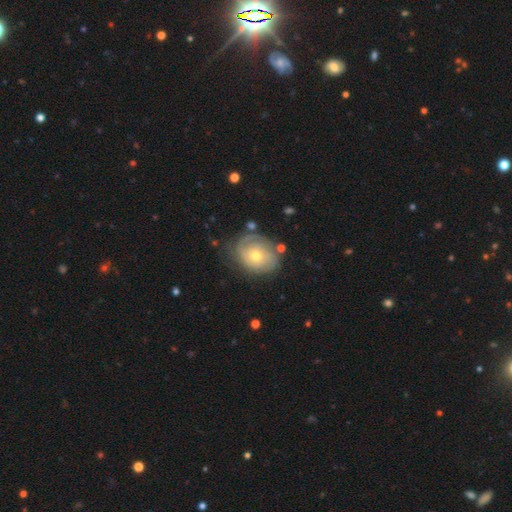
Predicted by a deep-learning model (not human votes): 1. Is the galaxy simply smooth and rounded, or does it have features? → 69% featured or disk, 24% smooth, 7% star or artifact.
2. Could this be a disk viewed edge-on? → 96% no, 4% yes.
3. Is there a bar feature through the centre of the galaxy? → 80% no, 17% weak, 3% strong.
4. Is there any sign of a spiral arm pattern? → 86% yes, 14% no.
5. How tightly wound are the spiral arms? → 68% tight, 22% medium, 9% loose.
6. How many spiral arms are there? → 37% can't tell, 31% 2, 16% 1, 9% 3, 3% 4, 3% more than 4.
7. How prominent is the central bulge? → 54% moderate, 42% small, 2% large, 1% none, 1% dominant.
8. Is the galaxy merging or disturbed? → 68% none, 20% minor disturbance, 8% major disturbance, 3% merger.